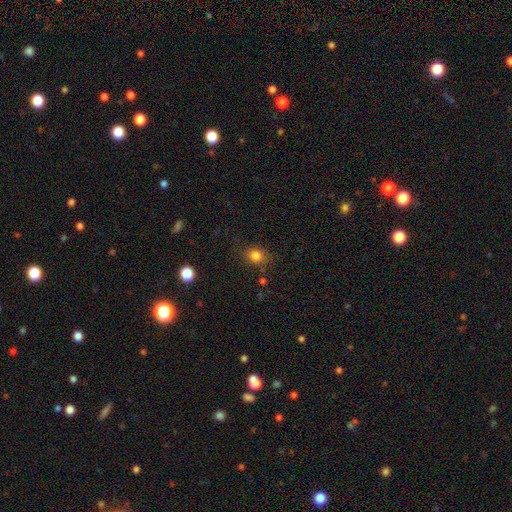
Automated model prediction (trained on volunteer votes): This appears to be a smooth galaxy with no disk features (82%) that is round (61%). Merging: none (78%).